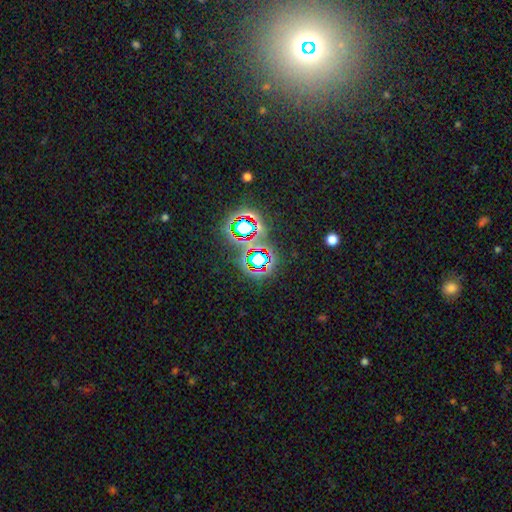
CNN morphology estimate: Smooth or featured: star or artifact — 75% (smooth — 15%)